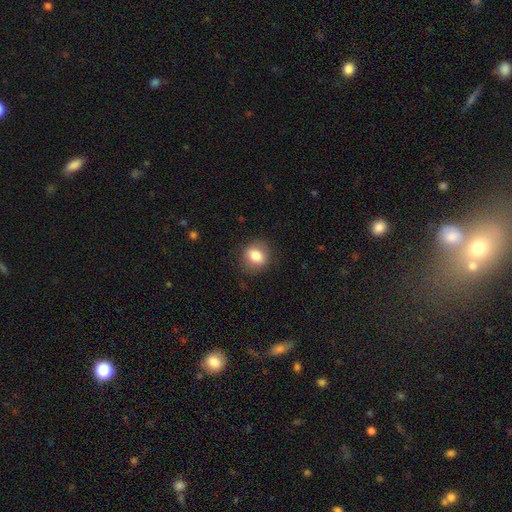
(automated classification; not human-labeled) Morphology: type=smooth (82%); roundness=round (64%); merging=none (84%).